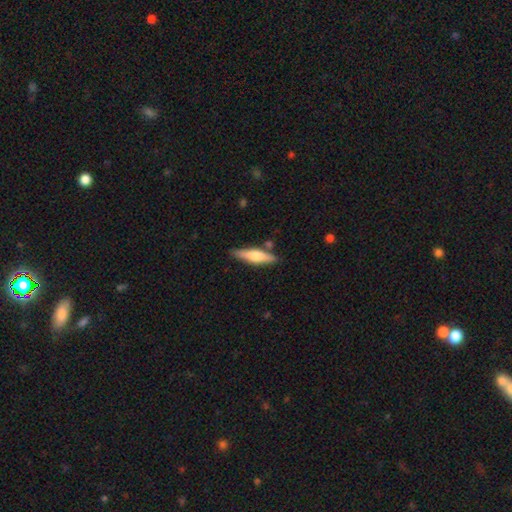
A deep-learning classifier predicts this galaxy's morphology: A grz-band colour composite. It shows a featured or disk galaxy (48%). Merging: none (83%).